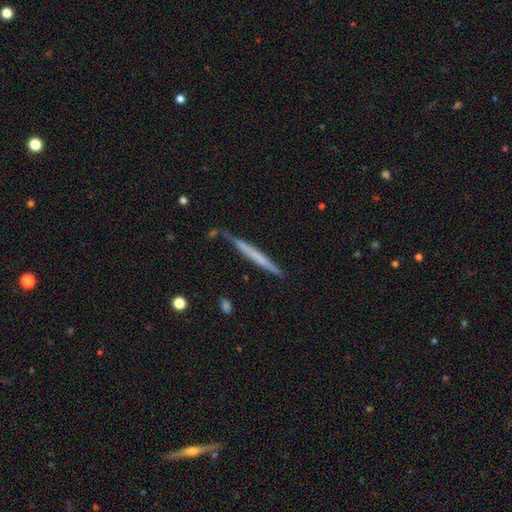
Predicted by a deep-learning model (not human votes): A featured or disk galaxy (48%).

Vote fractions:
- Smooth or featured? featured or disk: 48% / smooth: 46% / star or artifact: 6%
- Merging? none: 77% / minor disturbance: 16% / merger: 3% / major disturbance: 3%